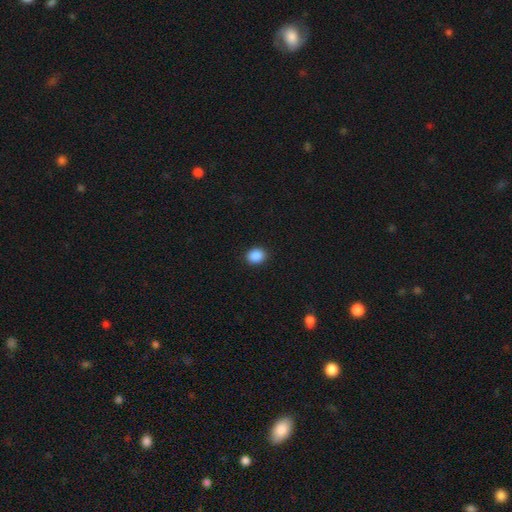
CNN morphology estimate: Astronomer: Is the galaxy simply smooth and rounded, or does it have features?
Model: smooth — 89%.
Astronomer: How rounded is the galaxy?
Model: round — 54% (runner-up: in between, 45%).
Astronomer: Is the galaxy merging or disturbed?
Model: none — 91%.